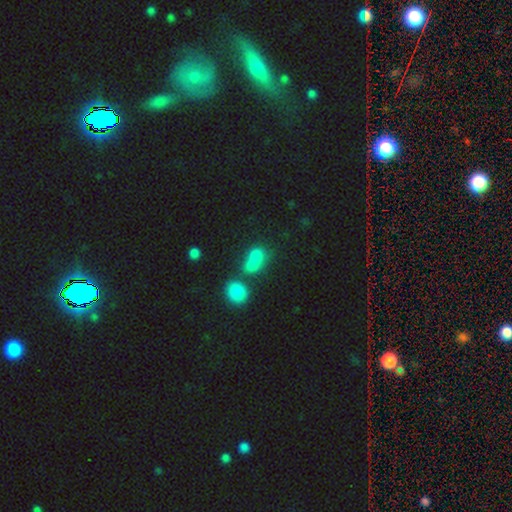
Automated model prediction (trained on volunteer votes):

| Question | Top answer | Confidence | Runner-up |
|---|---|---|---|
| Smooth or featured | smooth | 72% | star or artifact (15%) |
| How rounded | round | 65% | in between (33%) |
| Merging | merger | 60% | none (28%) |